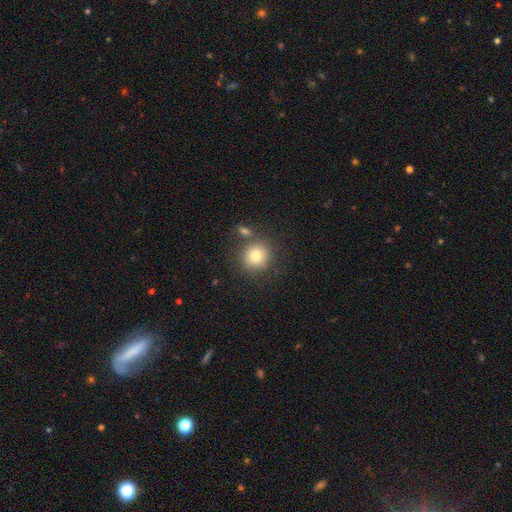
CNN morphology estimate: smooth 81%, star or artifact 10%, featured or disk 9%. Down the decision tree: how rounded — round (89%); merging — none (71%).